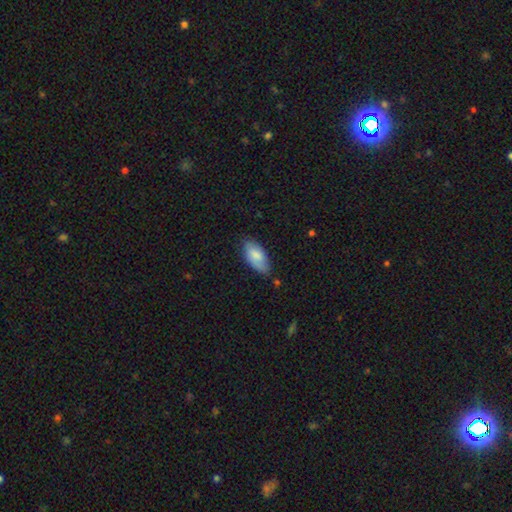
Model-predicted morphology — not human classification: A smooth galaxy with no disk features (76%) that is in between round and cigar-shaped (91%).

Vote fractions:
- Smooth or featured? smooth: 76% / featured or disk: 18% / star or artifact: 6%
- How rounded? in between: 91% / cigar-shaped: 6% / round: 2%
- Merging? none: 69% / minor disturbance: 25% / major disturbance: 4% / merger: 2%